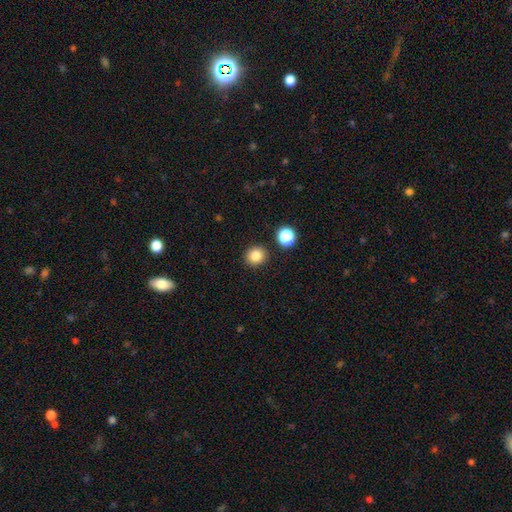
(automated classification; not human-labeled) Q: Smooth or featured?
A: smooth (83%); runner-up: star or artifact (12%)
Q: How rounded?
A: round (90%); runner-up: in between (9%)
Q: Merging?
A: none (90%); runner-up: minor disturbance (6%)